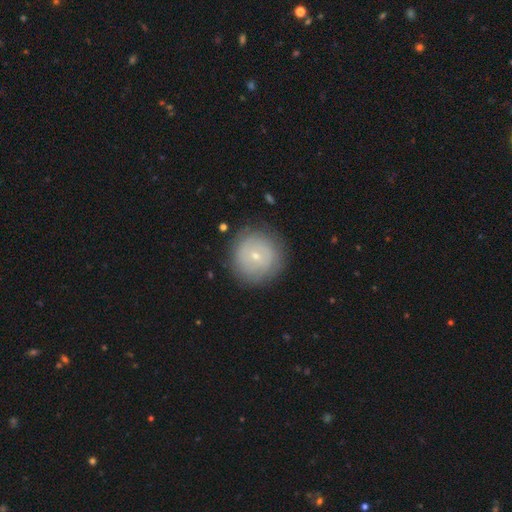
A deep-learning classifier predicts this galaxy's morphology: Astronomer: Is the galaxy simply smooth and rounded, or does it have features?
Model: smooth — 50% (runner-up: featured or disk, 41%).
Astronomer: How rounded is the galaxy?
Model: round — 94%.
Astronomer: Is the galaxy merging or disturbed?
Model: none — 83%.